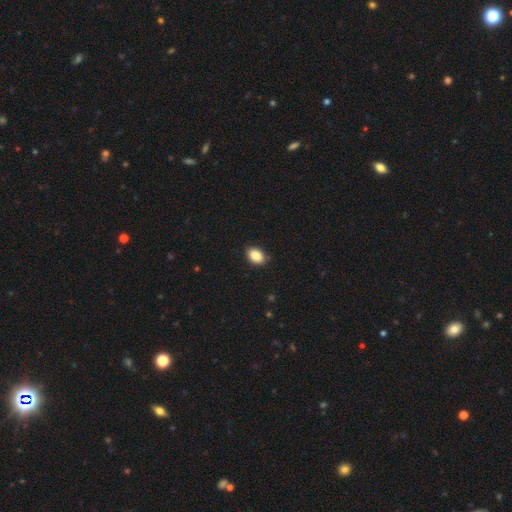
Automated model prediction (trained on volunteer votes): A smooth galaxy with no disk features (87%) that is in between round and cigar-shaped (79%). Merging: none (86%).